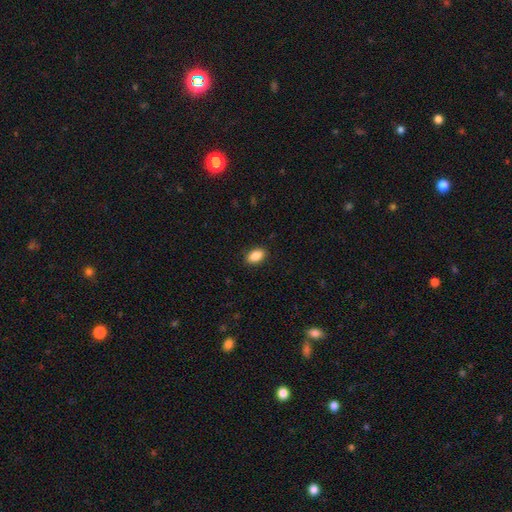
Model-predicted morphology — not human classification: This appears to be a smooth galaxy with no disk features (87%) that is in between round and cigar-shaped (90%). Merging: none (89%).